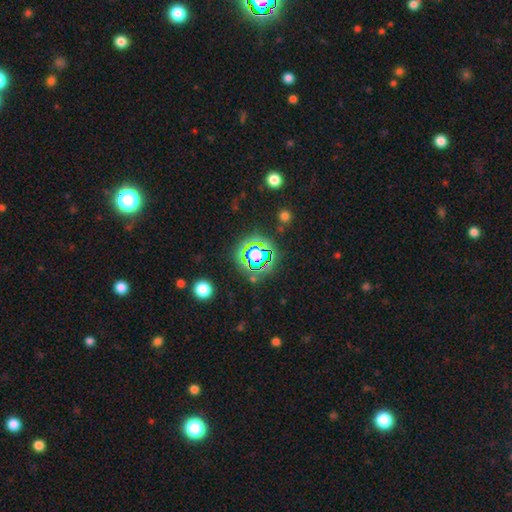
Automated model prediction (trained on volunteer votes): Overall: star or artifact (70%).